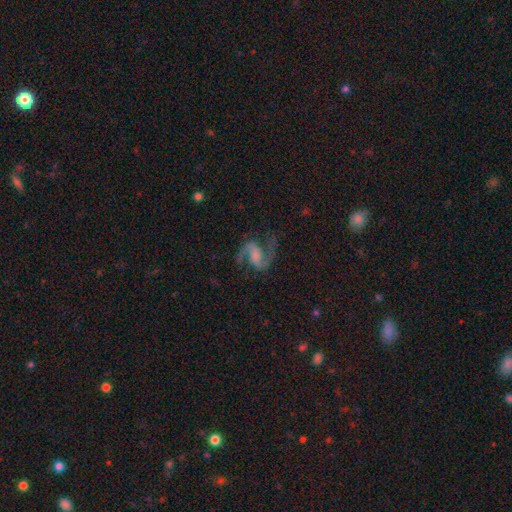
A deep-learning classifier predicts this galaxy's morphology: Smooth or featured? featured or disk (91%)
Edge-on disk? no (98%)
Bar? weak (43%)
Spiral arms? yes (98%)
Spiral winding? medium (56%)
Spiral arm count? 2 (94%)
Bulge size? none (43%)
Merging? none (77%)